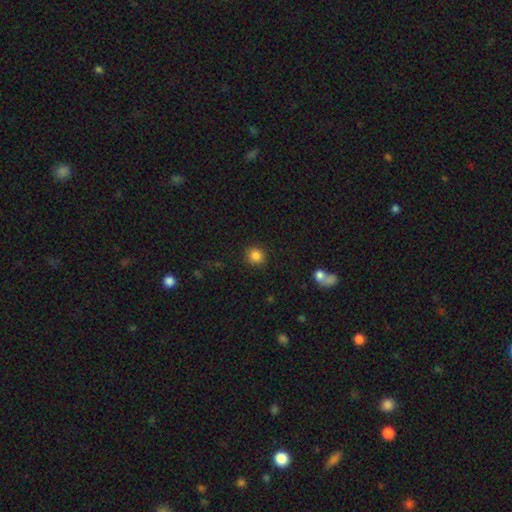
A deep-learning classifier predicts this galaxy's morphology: Overall: smooth (85%). How rounded: round (89%). Merging: none (90%).